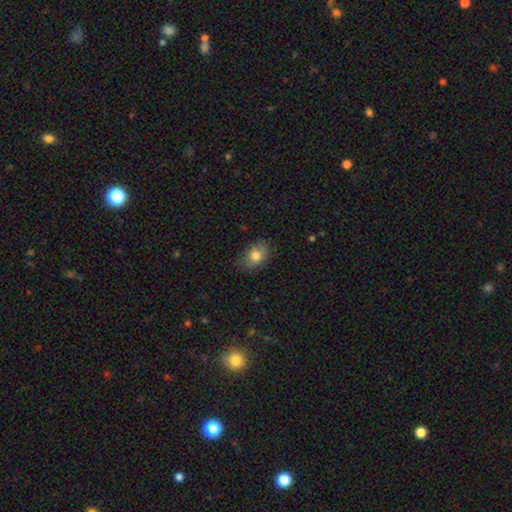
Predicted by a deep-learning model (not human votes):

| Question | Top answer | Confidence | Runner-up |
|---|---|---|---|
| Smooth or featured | smooth | 78% | featured or disk (14%) |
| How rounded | in between | 78% | round (20%) |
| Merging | none | 79% | minor disturbance (16%) |